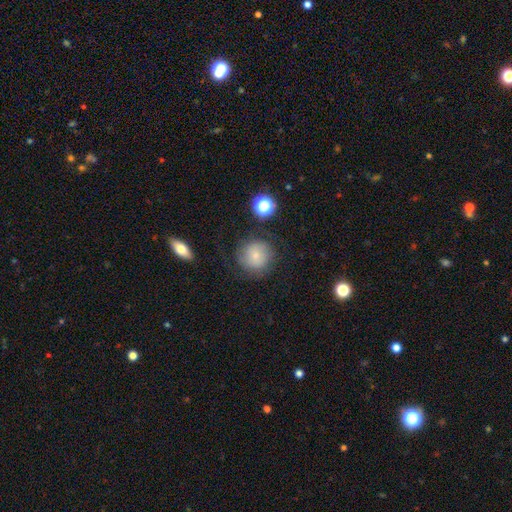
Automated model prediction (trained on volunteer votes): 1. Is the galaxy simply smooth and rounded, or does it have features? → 77% smooth, 12% featured or disk, 11% star or artifact.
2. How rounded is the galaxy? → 92% round, 7% in between, 1% cigar-shaped.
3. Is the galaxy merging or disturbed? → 76% none, 15% minor disturbance, 6% major disturbance, 3% merger.